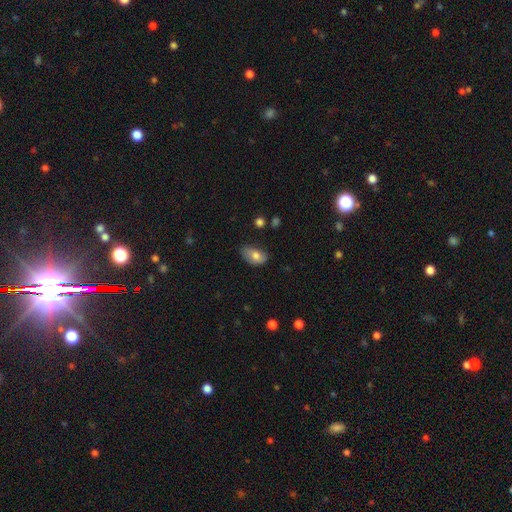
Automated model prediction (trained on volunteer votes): Morphology: type=smooth (75%); roundness=in between (91%); merging=none (56%).